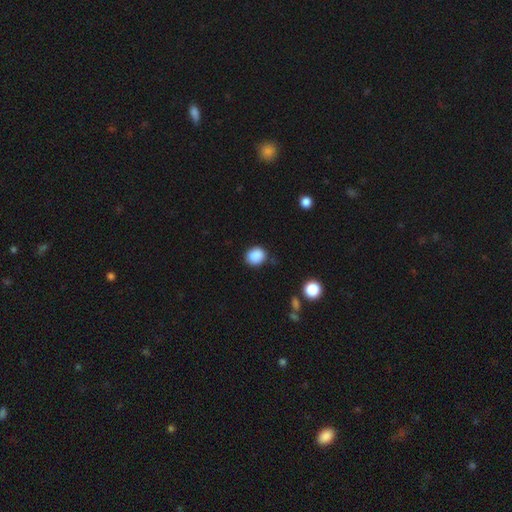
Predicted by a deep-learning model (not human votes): Q: Smooth or featured?
A: smooth (88%); runner-up: star or artifact (9%)
Q: How rounded?
A: round (66%); runner-up: in between (33%)
Q: Merging?
A: none (81%); runner-up: minor disturbance (14%)